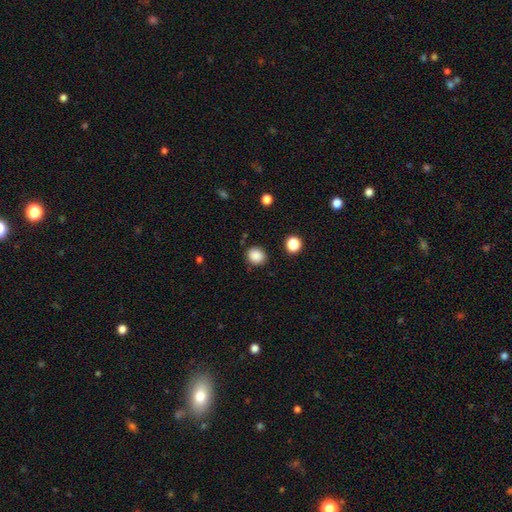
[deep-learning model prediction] A smooth galaxy with no disk features (87%) that is round (77%). Merging: none (85%).